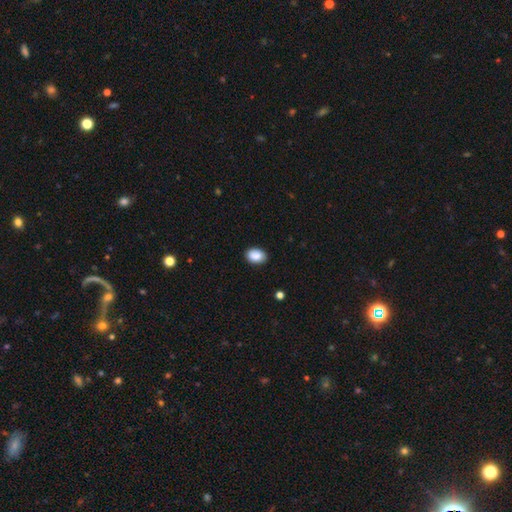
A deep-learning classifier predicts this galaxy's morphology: Q: Smooth or featured?
A: smooth (88%); runner-up: star or artifact (7%)
Q: How rounded?
A: in between (81%); runner-up: round (18%)
Q: Merging?
A: none (87%); runner-up: minor disturbance (10%)